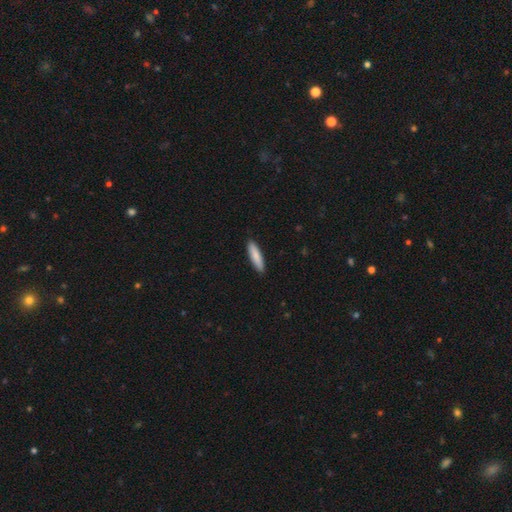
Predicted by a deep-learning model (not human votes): Q: Smooth or featured?
A: smooth (85%); runner-up: featured or disk (10%)
Q: How rounded?
A: cigar-shaped (77%); runner-up: in between (22%)
Q: Merging?
A: none (90%); runner-up: minor disturbance (7%)